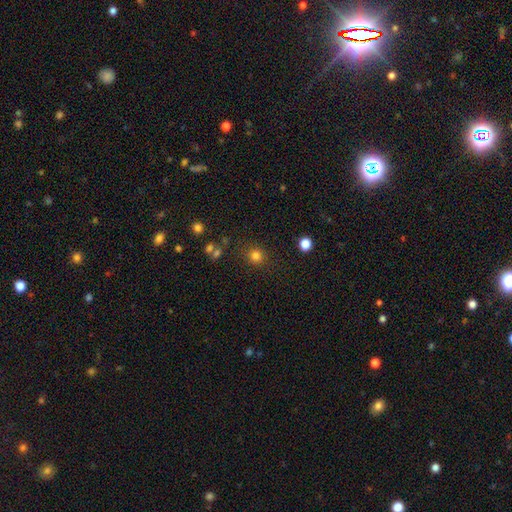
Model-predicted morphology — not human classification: smooth 80%, star or artifact 15%, featured or disk 5%. Down the decision tree: how rounded — round (88%); merging — none (83%).